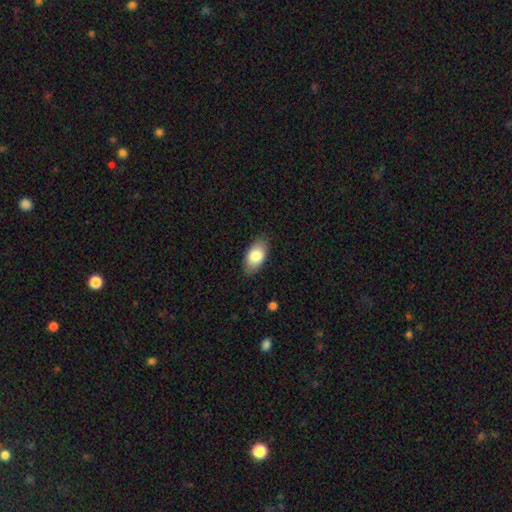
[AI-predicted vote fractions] smooth 81%, featured or disk 12%, star or artifact 6%. Down the decision tree: how rounded — in between (93%); merging — none (85%).